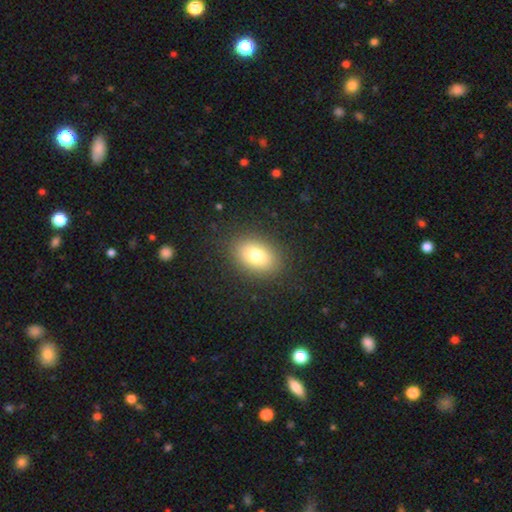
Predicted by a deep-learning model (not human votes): Smooth or featured?
  - smooth: 77% *
  - featured or disk: 12%
  - star or artifact: 11%
How rounded?
  - in between: 74% *
  - round: 25%
  - cigar-shaped: 1%
Merging?
  - none: 86% *
  - minor disturbance: 9%
  - major disturbance: 4%
  - merger: 1%